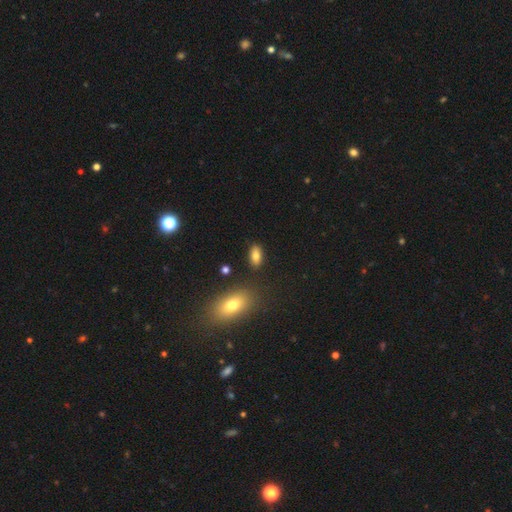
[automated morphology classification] type=smooth (80%); roundness=in between (89%); merging=none (85%).